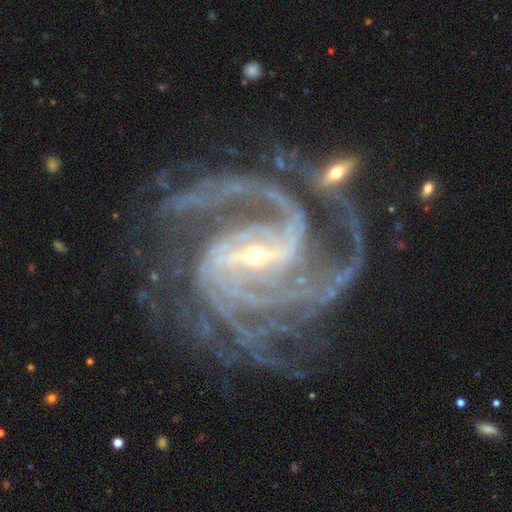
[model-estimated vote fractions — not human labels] featured or disk 93%, star or artifact 5%, smooth 2%. Down the decision tree: edge-on disk — no (98%); bar — strong (53%); spiral arms — yes (99%); spiral arm count — 4 (31%); spiral winding — tight (53%); bulge size — small (75%); merging — none (61%).